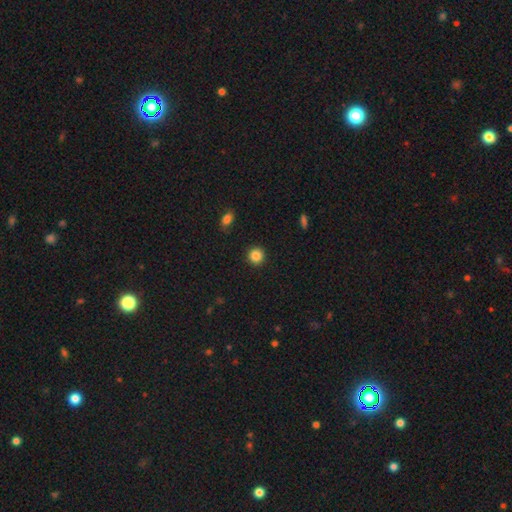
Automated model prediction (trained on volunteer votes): smooth-or-featured: smooth: 86% | star or artifact: 10% | featured or disk: 4%
  how-rounded: round: 93% | in between: 6% | cigar-shaped: 1%
  merging: none: 92% | minor disturbance: 5% | major disturbance: 2% | merger: 1%